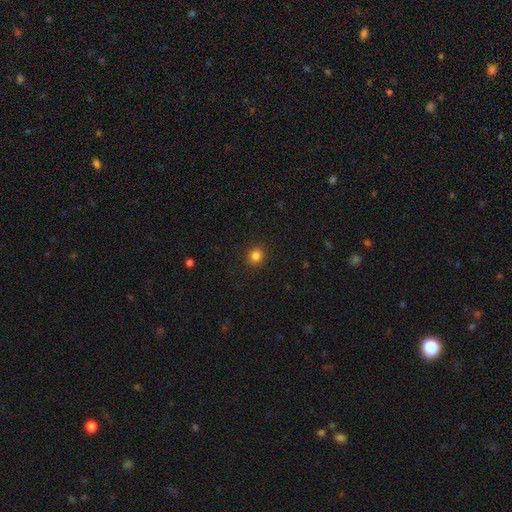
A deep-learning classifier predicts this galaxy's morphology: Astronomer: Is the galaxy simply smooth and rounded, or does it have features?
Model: smooth — 83%.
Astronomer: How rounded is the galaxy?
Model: round — 90%.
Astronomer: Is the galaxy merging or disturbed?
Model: none — 92%.